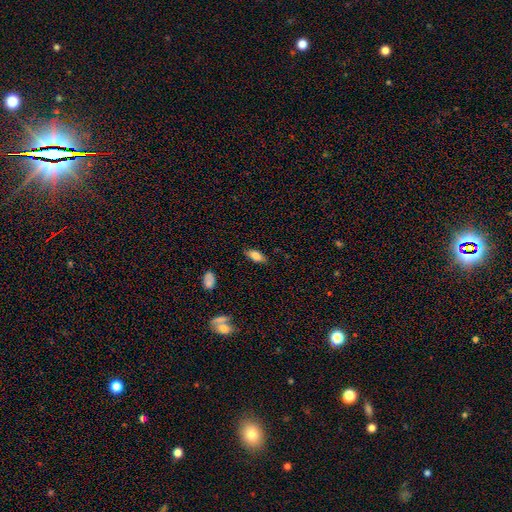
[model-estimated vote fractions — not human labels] Smooth or featured? smooth (77%)
How rounded? in between (83%)
Merging? none (84%)